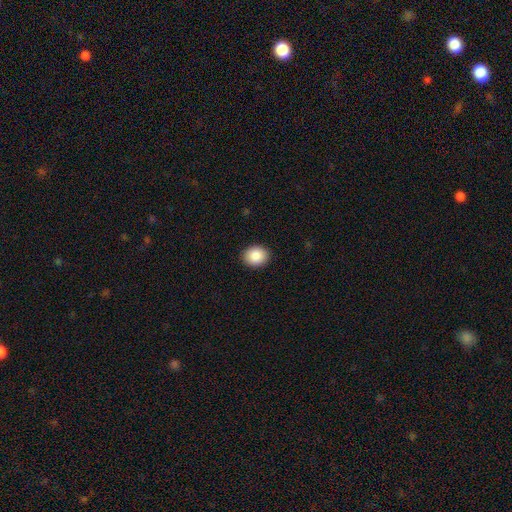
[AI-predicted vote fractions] Smooth or featured? smooth (88%)
How rounded? round (56%)
Merging? none (91%)